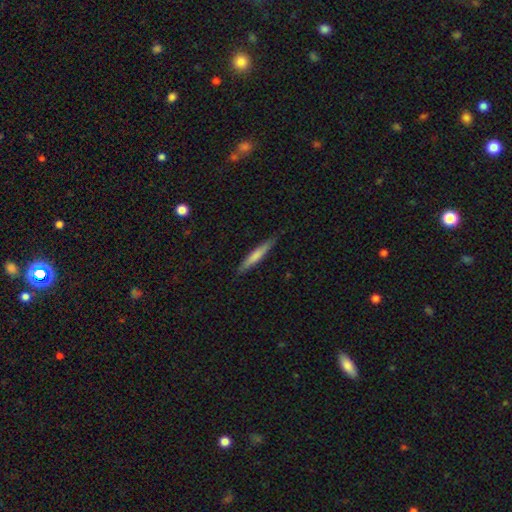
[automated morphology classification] Smooth or featured? Predicted: smooth (p=0.68). How rounded? Predicted: cigar-shaped (p=0.94). Merging? Predicted: none (p=0.86).